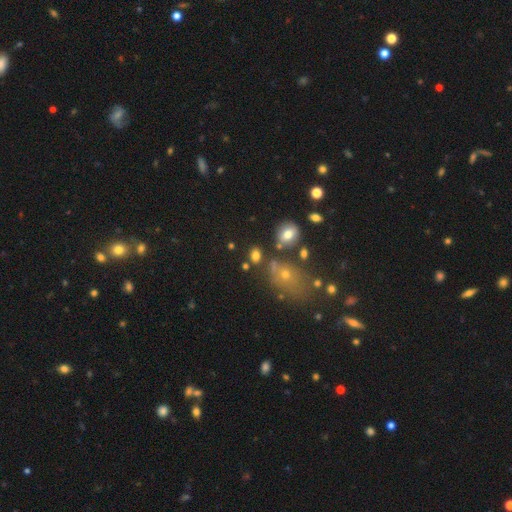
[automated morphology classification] This appears to be a smooth galaxy with no disk features (74%) that is in between round and cigar-shaped (52%). Merging: none (66%).